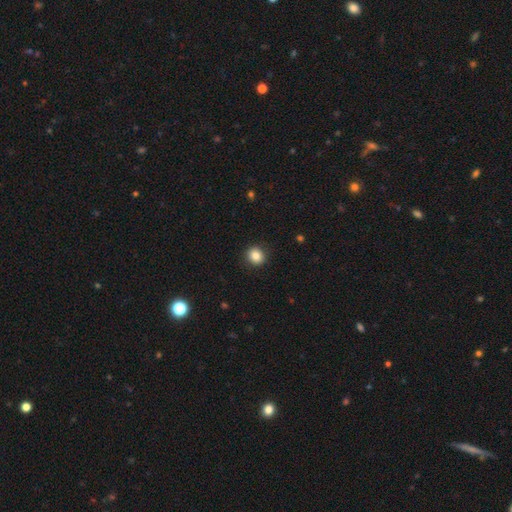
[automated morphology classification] smooth-or-featured: smooth: 85% | star or artifact: 10% | featured or disk: 5%
  how-rounded: round: 81% | in between: 18% | cigar-shaped: 1%
  merging: none: 90% | minor disturbance: 7% | major disturbance: 2% | merger: 1%